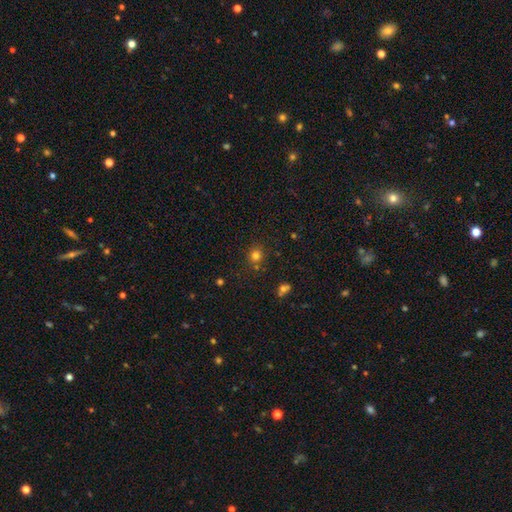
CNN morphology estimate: smooth-or-featured: smooth: 76% | star or artifact: 18% | featured or disk: 6%
  how-rounded: round: 88% | in between: 12% | cigar-shaped: 1%
  merging: none: 81% | minor disturbance: 9% | merger: 7% | major disturbance: 3%